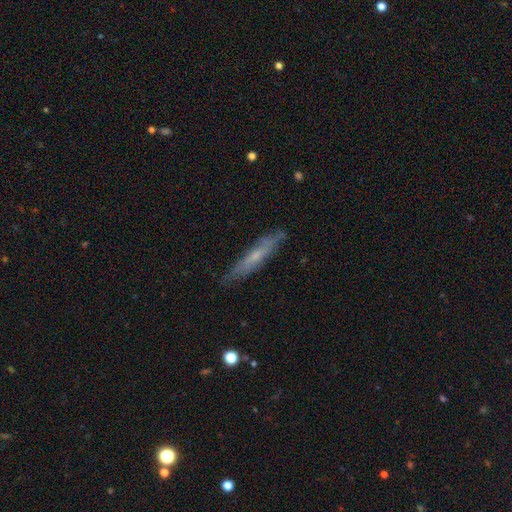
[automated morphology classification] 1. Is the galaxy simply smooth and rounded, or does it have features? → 52% featured or disk, 41% smooth, 7% star or artifact.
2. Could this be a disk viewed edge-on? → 74% yes, 26% no.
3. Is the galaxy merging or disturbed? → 78% none, 17% minor disturbance, 3% major disturbance, 2% merger.